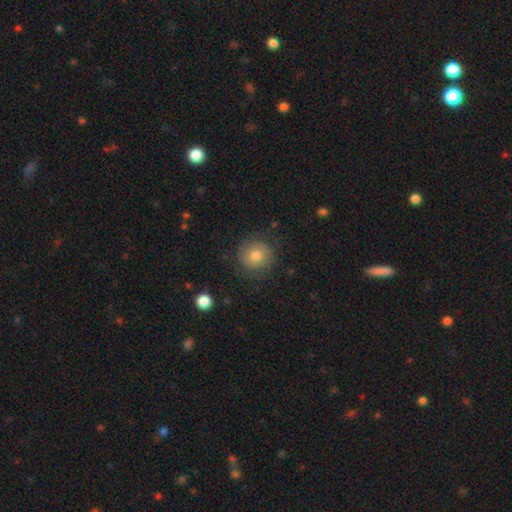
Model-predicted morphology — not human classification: The model was most divided on "smooth or featured": smooth: 67%, featured or disk: 22%, star or artifact: 11%. More confident: how rounded — round (92%); merging — none (82%).